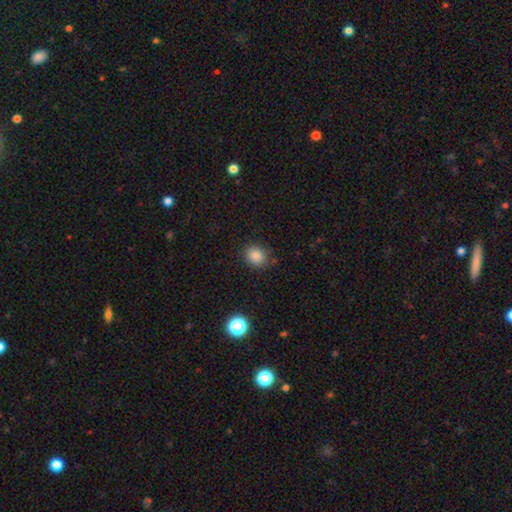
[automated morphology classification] smooth-or-featured: smooth: 85% | star or artifact: 11% | featured or disk: 4%
  how-rounded: round: 74% | in between: 25% | cigar-shaped: 1%
  merging: none: 82% | minor disturbance: 13% | major disturbance: 3% | merger: 2%